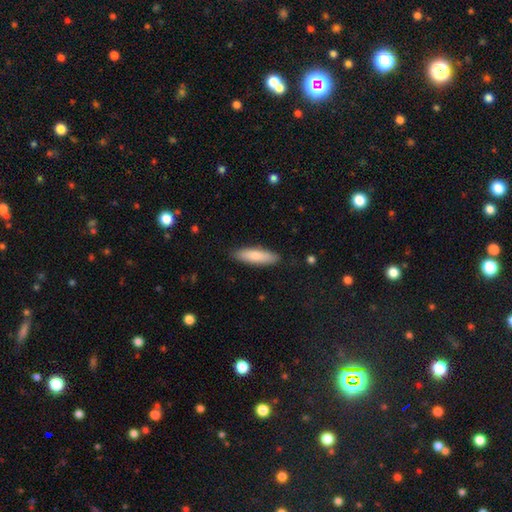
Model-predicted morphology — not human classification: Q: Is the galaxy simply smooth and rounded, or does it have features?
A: smooth — 80%.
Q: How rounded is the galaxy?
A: cigar-shaped — 62%.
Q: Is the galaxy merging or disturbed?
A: none — 86%.